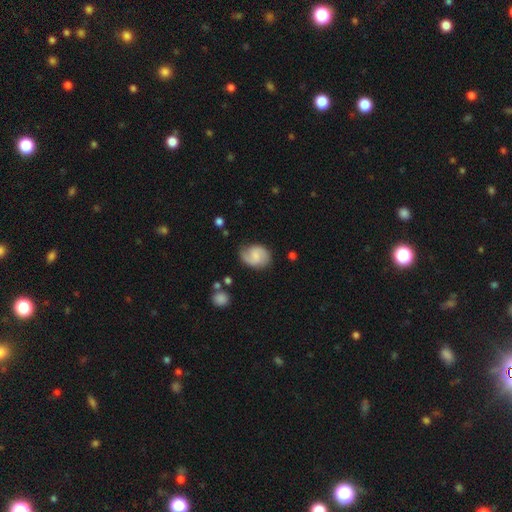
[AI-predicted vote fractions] Overall: featured or disk (57%; smooth 36%). Edge-on disk: no (98%). Bar: no (46%, tied with weak). Spiral arms: yes (92%). Spiral arm count: 2 (83%). Spiral winding: medium (46%; loose 28%). Bulge size: small (43%; moderate 28%). Merging: none (70%).